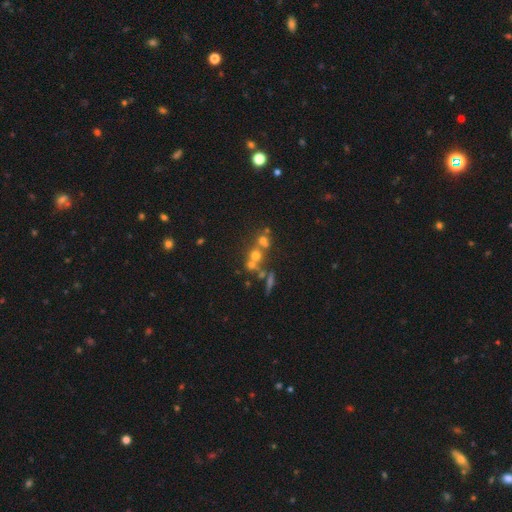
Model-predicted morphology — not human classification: Smooth or featured?
  - smooth: 53% *
  - featured or disk: 25%
  - star or artifact: 22%
How rounded?
  - round: 81% *
  - in between: 17%
  - cigar-shaped: 2%
Merging?
  - merger: 47% *
  - none: 40%
  - minor disturbance: 7%
  - major disturbance: 6%